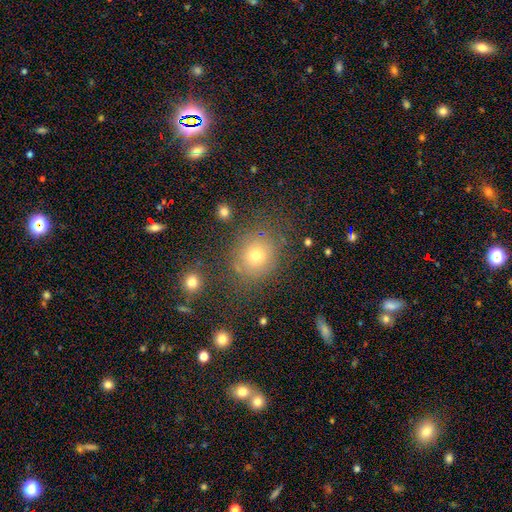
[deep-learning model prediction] Overall: smooth (73%). How rounded: round (75%). Merging: none (76%).